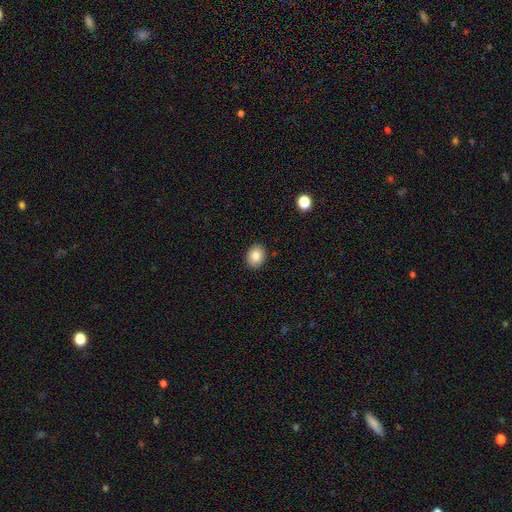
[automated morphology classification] Smooth or featured? Predicted: smooth (p=0.85). How rounded? Predicted: in between (p=0.54). Merging? Predicted: none (p=0.89).